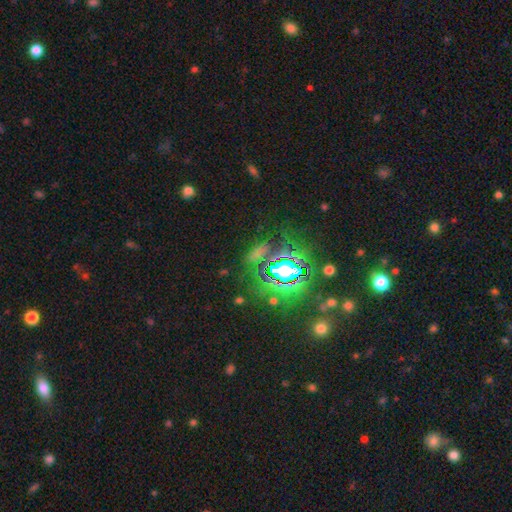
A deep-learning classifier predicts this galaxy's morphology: Q: Smooth or featured?
A: star or artifact (66%); runner-up: smooth (22%)